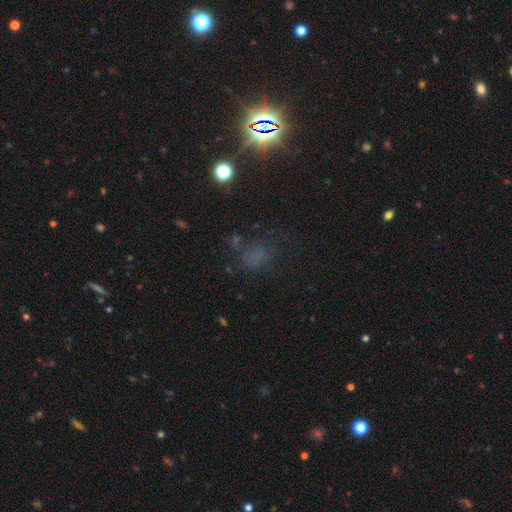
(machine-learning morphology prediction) This is marginally a smooth galaxy (44%). Merging: possibly none (56%).